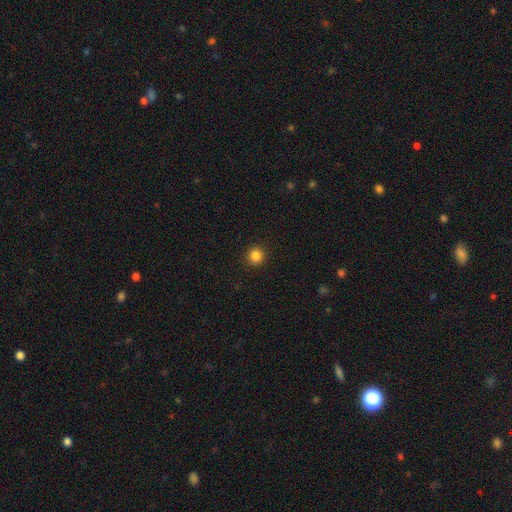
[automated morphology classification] A smooth galaxy with no disk features (85%) that is round (92%). Merging: none (92%).